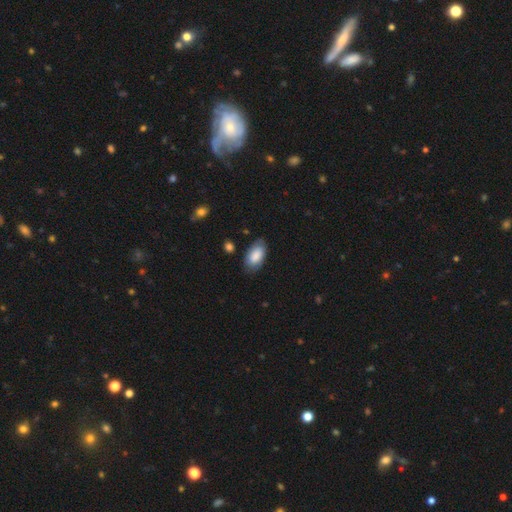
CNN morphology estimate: smooth-or-featured: smooth: 83% | featured or disk: 11% | star or artifact: 6%
  how-rounded: in between: 95% | round: 3% | cigar-shaped: 2%
  merging: none: 77% | minor disturbance: 17% | major disturbance: 4% | merger: 2%